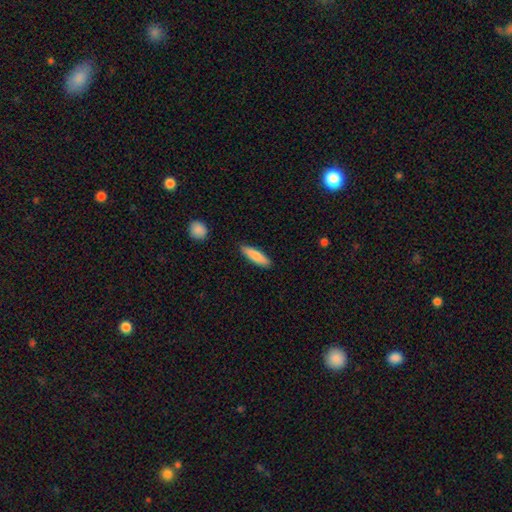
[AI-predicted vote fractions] Smooth or featured?
  - smooth: 84% *
  - featured or disk: 11%
  - star or artifact: 6%
How rounded?
  - cigar-shaped: 64% *
  - in between: 34%
  - round: 2%
Merging?
  - none: 87% *
  - minor disturbance: 10%
  - major disturbance: 2%
  - merger: 1%